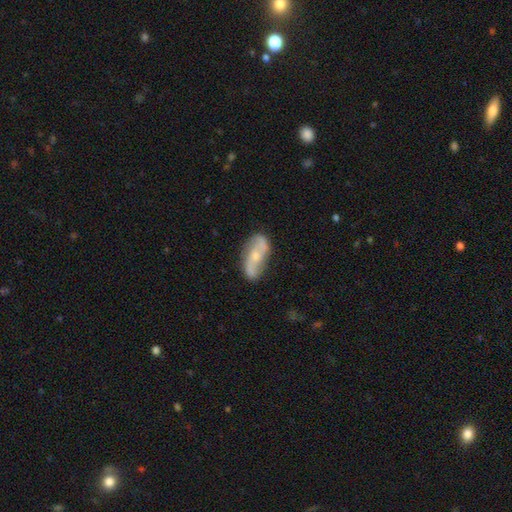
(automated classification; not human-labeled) Overall: featured or disk (75%). Edge-on disk: no (93%). Bar: no (53%; weak 31%). Spiral arms: yes (92%). Spiral arm count: 2 (90%). Spiral winding: loose (58%; medium 29%). Bulge size: small (51%; moderate 43%). Merging: none (77%).